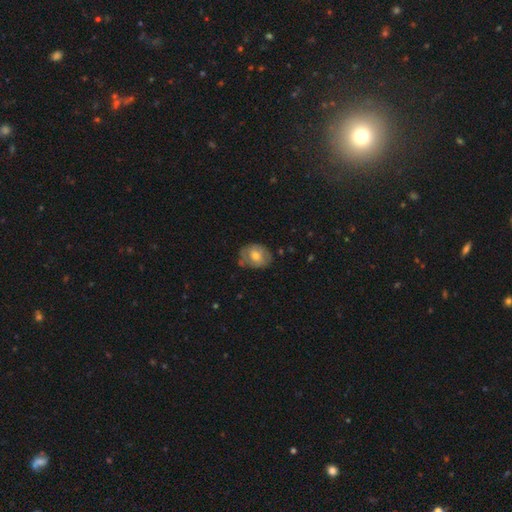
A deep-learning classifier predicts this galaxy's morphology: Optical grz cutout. It shows a smooth galaxy with no disk features (58%) that is in between round and cigar-shaped (52%). Merging: none (66%).